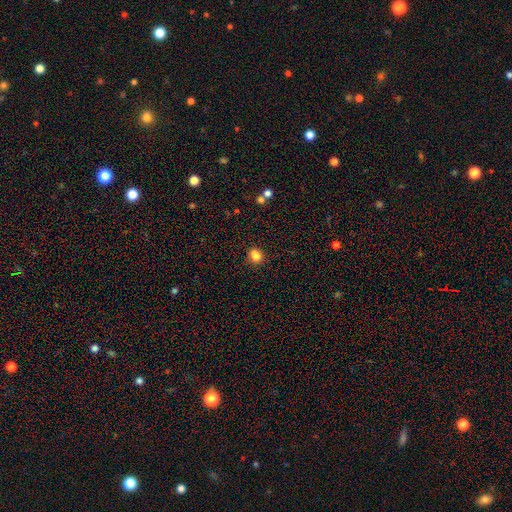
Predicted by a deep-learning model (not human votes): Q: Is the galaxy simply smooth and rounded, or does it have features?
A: smooth — 84%.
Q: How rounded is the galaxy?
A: round — 58%.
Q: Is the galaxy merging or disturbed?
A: none — 79%.